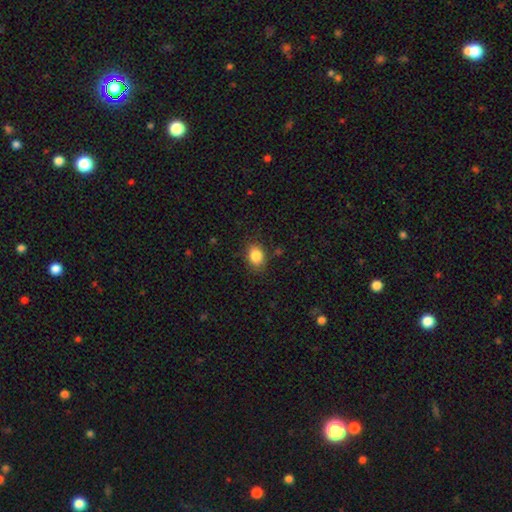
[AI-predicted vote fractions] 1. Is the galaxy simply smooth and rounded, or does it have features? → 86% smooth, 9% star or artifact, 5% featured or disk.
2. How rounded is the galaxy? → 59% in between, 40% round, 1% cigar-shaped.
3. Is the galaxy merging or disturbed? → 82% none, 13% minor disturbance, 3% major disturbance, 1% merger.